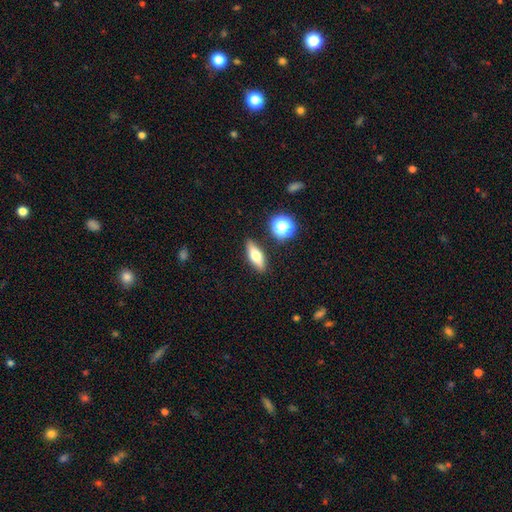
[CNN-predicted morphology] smooth 60%, featured or disk 31%, star or artifact 9%. Down the decision tree: how rounded — in between (58%); merging — none (86%).